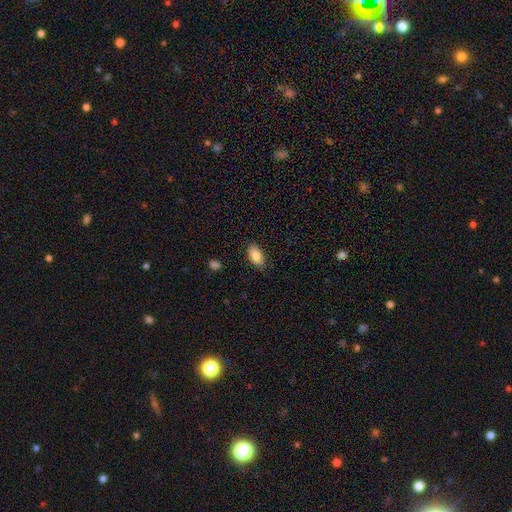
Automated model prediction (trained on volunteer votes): A smooth galaxy with no disk features (84%) that is in between round and cigar-shaped (93%). Merging: none (86%).